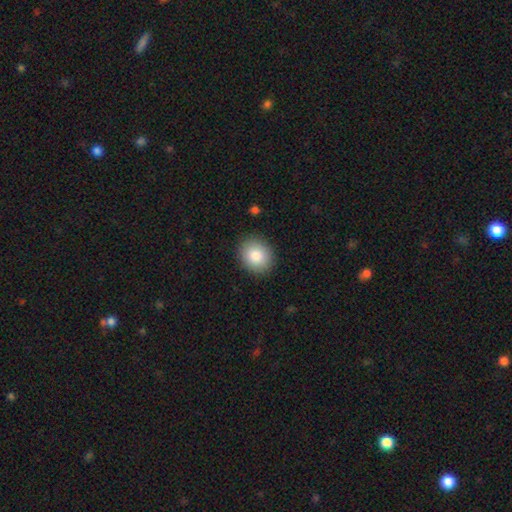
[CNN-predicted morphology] Overall: smooth (84%). How rounded: round (66%; in between 33%). Merging: none (89%).